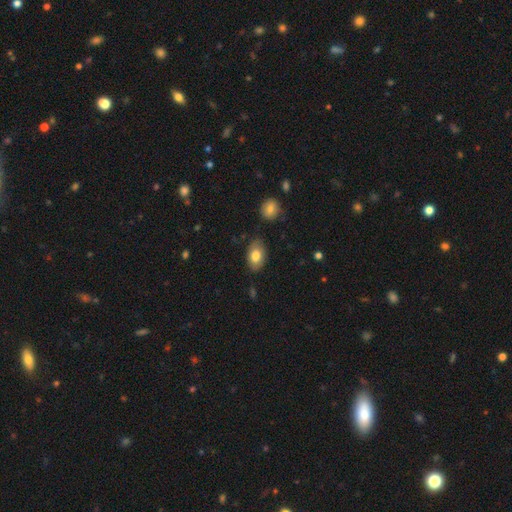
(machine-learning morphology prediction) This is likely a smooth galaxy (79%). How rounded: clearly in between (89%). Merging: clearly none (83%).